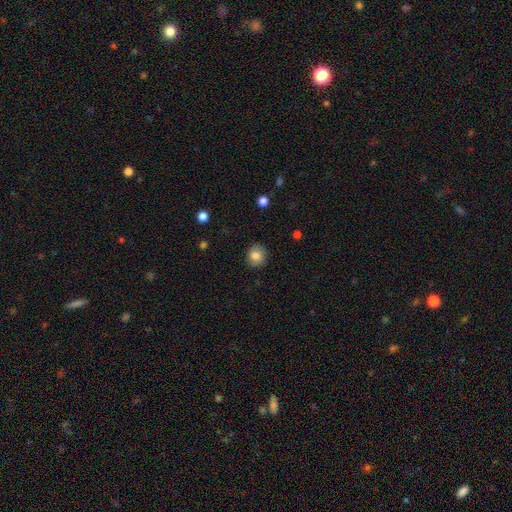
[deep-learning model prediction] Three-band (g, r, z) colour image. It shows a smooth galaxy with no disk features (81%) that is round (87%). Merging: none (88%).